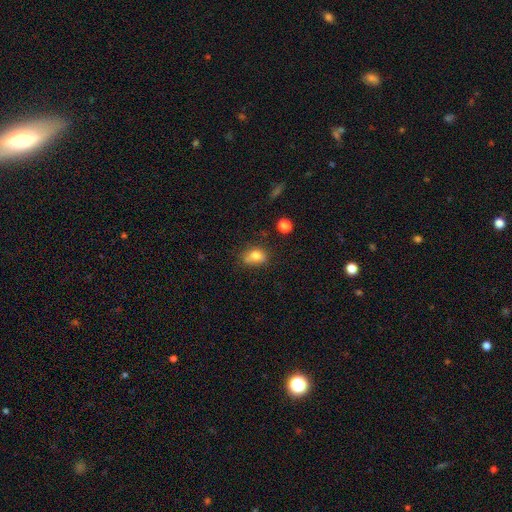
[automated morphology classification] type=smooth (75%); roundness=in between (57%); merging=none (51%).